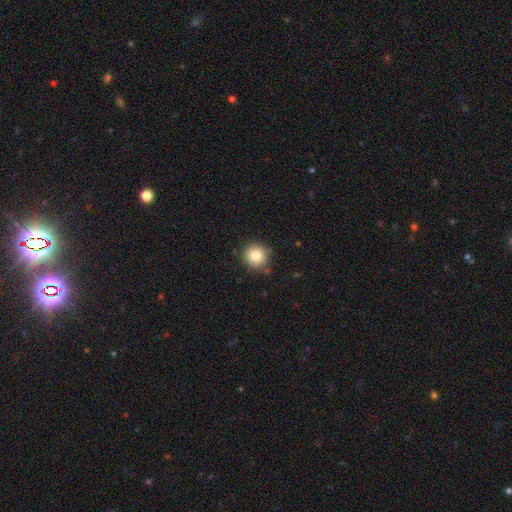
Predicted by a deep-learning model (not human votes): smooth-or-featured: smooth: 81% | star or artifact: 11% | featured or disk: 8%
  how-rounded: round: 93% | in between: 6% | cigar-shaped: 1%
  merging: none: 85% | minor disturbance: 10% | merger: 3% | major disturbance: 2%